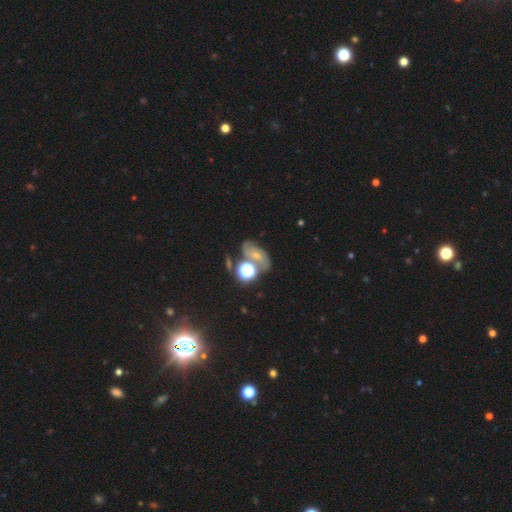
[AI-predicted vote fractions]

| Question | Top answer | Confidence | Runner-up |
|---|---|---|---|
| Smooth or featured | smooth | 37% | tied: featured or disk (37%) |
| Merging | none | 51% | merger (20%) |